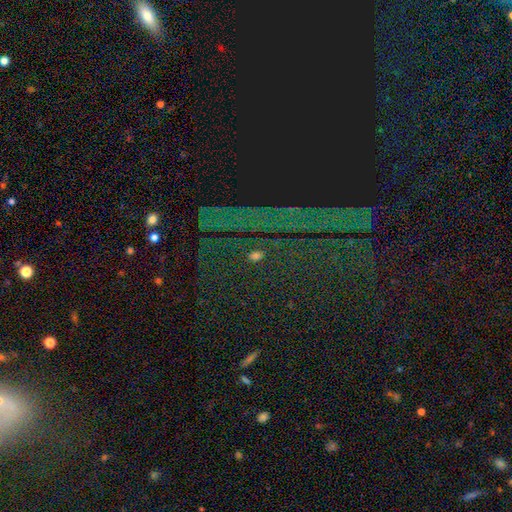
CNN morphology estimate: This appears to be a star or artifact, not a galaxy (51%).